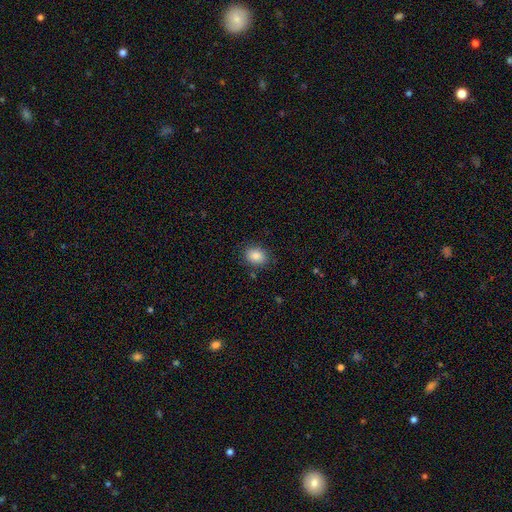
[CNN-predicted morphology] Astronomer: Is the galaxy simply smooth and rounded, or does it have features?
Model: smooth — 86%.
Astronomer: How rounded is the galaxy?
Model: in between — 57% (runner-up: round, 42%).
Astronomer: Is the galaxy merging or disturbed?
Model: none — 85%.